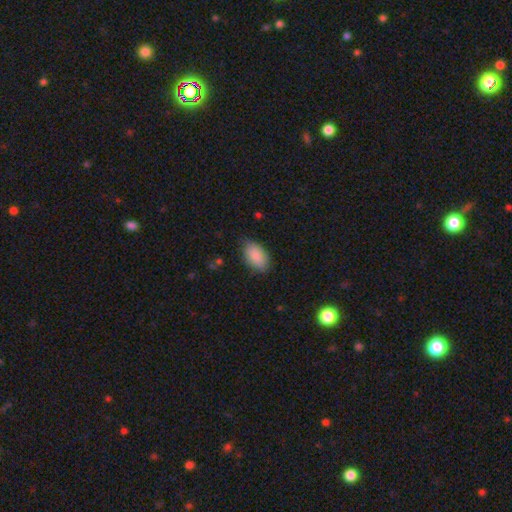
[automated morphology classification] This appears to be a smooth galaxy with no disk features (88%) that is in between round and cigar-shaped (93%). Merging: none (78%).